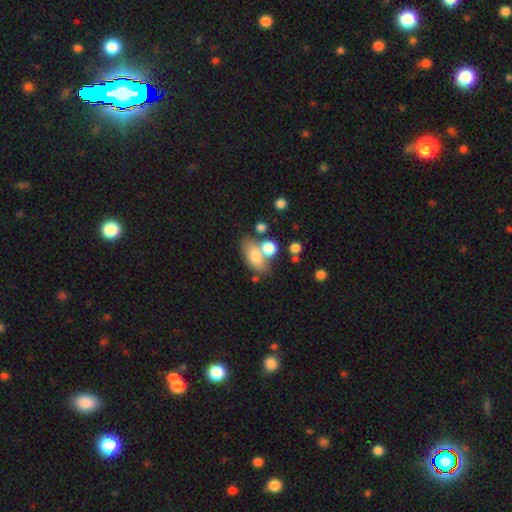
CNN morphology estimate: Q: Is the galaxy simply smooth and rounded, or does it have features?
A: smooth — 73%.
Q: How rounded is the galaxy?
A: in between — 84%.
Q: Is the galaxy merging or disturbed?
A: none — 48%.